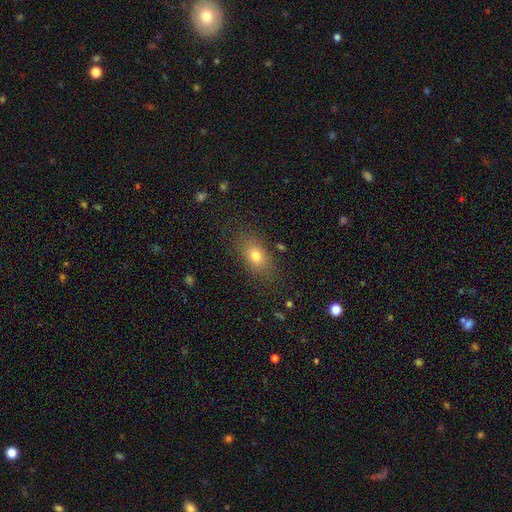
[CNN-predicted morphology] A smooth galaxy with no disk features (76%) that is in between round and cigar-shaped (76%). Merging: none (79%).